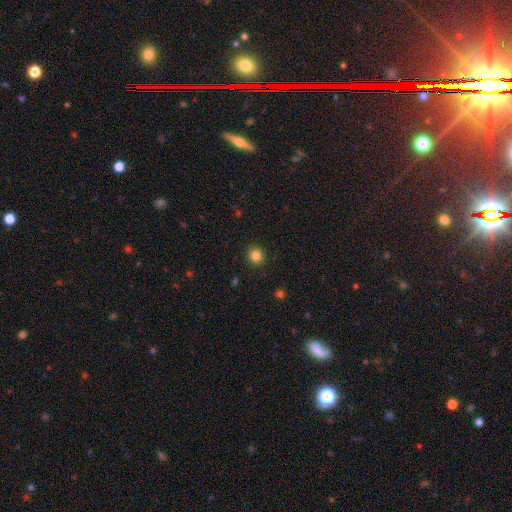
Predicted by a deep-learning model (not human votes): Smooth or featured: smooth — 84% (star or artifact — 12%)
How rounded: round — 84% (in between — 16%)
Merging: none — 91% (minor disturbance — 6%)